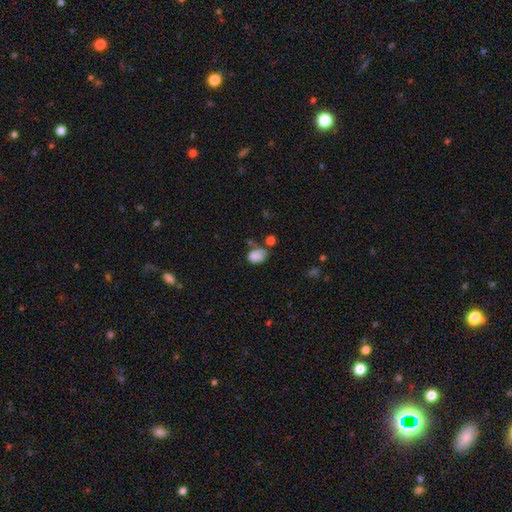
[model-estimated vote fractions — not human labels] This is likely a smooth galaxy (77%). How rounded: likely in between (74%). Merging: marginally none (36%).